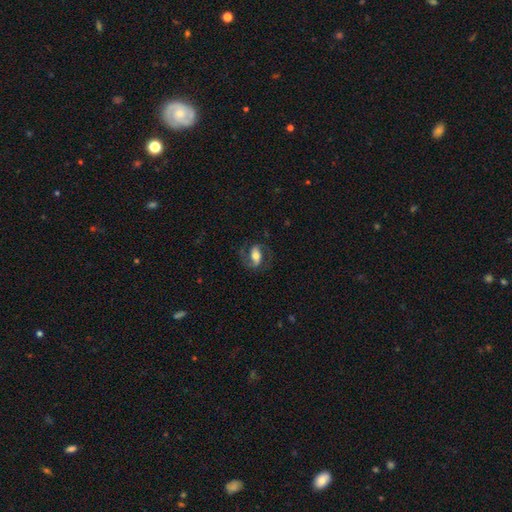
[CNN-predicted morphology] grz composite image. It shows a featured or disk galaxy (75%) with a strong bar (45%), 2 (90%) medium (55%) spiral arms (92%) and a moderate central bulge (59%). Merging: none (73%).